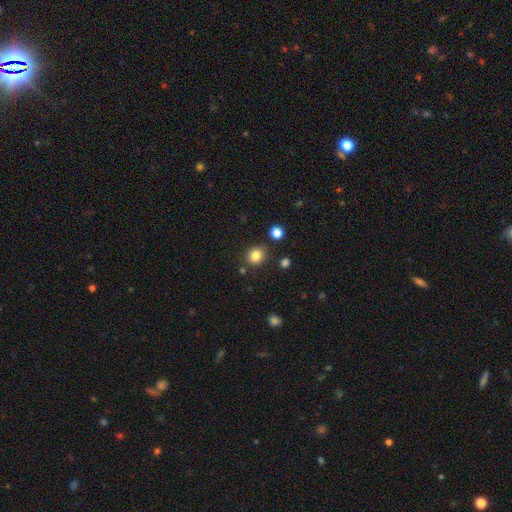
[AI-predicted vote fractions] This is clearly a smooth galaxy (83%). How rounded: likely round (75%). Merging: clearly none (82%).